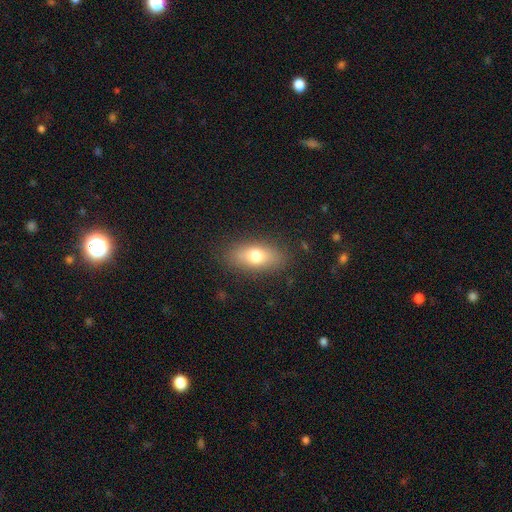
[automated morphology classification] This is likely a smooth galaxy (73%). How rounded: clearly in between (82%). Merging: clearly none (85%).